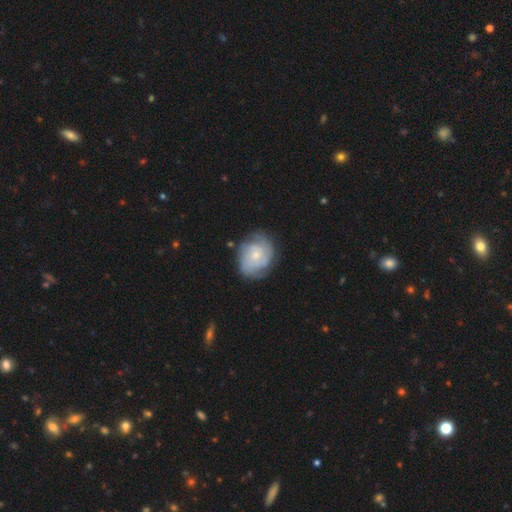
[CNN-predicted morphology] featured or disk 57%, smooth 37%, star or artifact 7%. Down the decision tree: edge-on disk — no (97%); bar — no (81%); spiral arms — yes (68%); bulge size — small (60%); merging — none (64%).